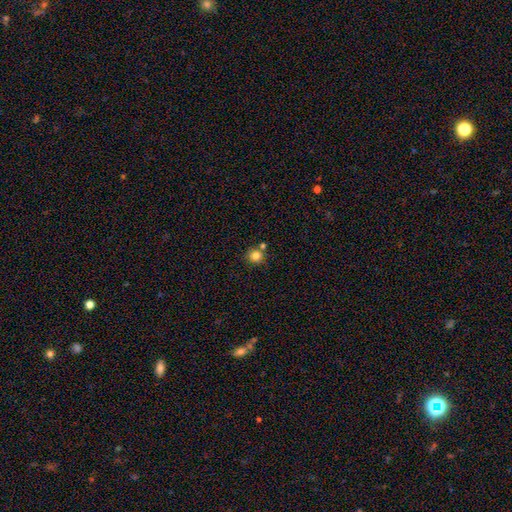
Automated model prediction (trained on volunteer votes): This is clearly a smooth galaxy (81%). How rounded: clearly round (91%). Merging: likely none (72%).